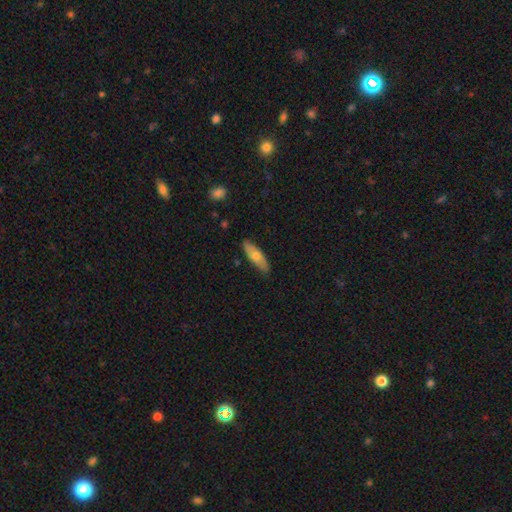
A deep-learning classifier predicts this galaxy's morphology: Smooth or featured?
  - smooth: 57% *
  - featured or disk: 37%
  - star or artifact: 6%
How rounded?
  - in between: 58% *
  - cigar-shaped: 40%
  - round: 3%
Merging?
  - none: 83% *
  - minor disturbance: 14%
  - major disturbance: 2%
  - merger: 1%